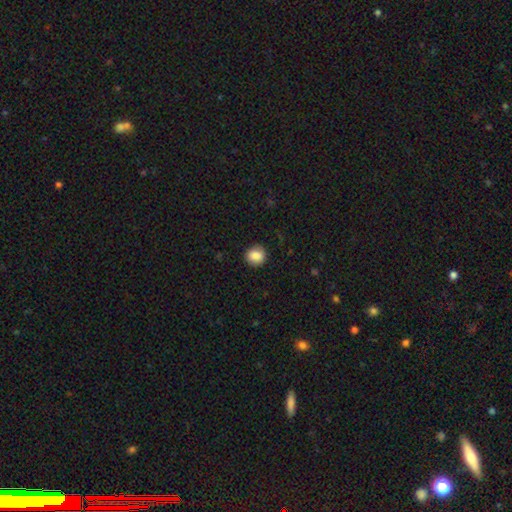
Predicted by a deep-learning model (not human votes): Smooth or featured? smooth (86%)
How rounded? round (82%)
Merging? none (86%)